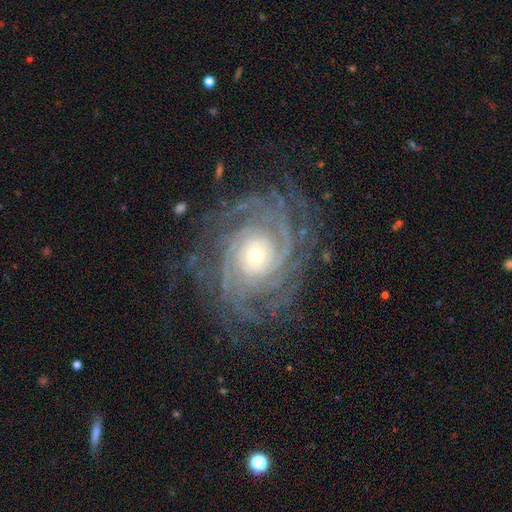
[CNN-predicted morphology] This appears to be a featured or disk galaxy (91%) with no bar (76%), more than 4 (27%) tight (78%) spiral arms (98%) and a small central bulge (61%). Merging: none (76%).